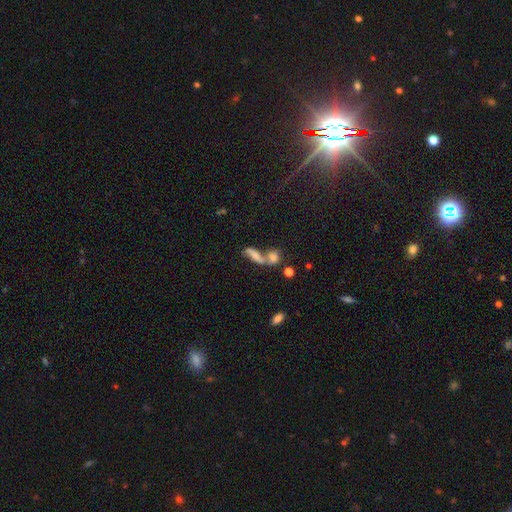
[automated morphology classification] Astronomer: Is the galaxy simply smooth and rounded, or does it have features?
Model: smooth — 54% (runner-up: featured or disk, 32%).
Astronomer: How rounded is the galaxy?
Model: in between — 54% (runner-up: cigar-shaped, 35%).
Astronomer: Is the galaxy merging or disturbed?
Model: merger — 57%.